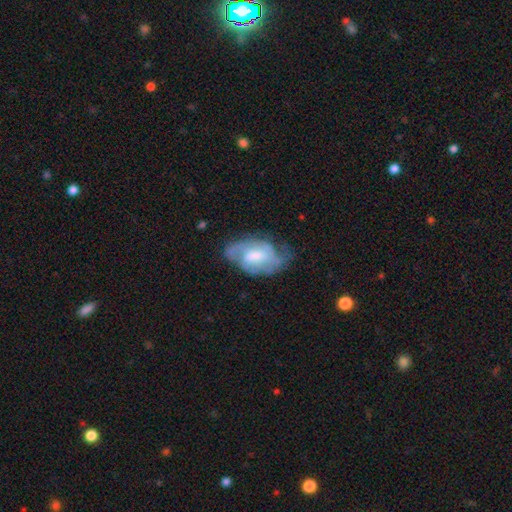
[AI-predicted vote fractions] Morphology: type=featured or disk (63%); edge-on=no (95%); bar=weak (49%); spiral arms=yes (75%); bulge=moderate (45%); merging=none (51%).